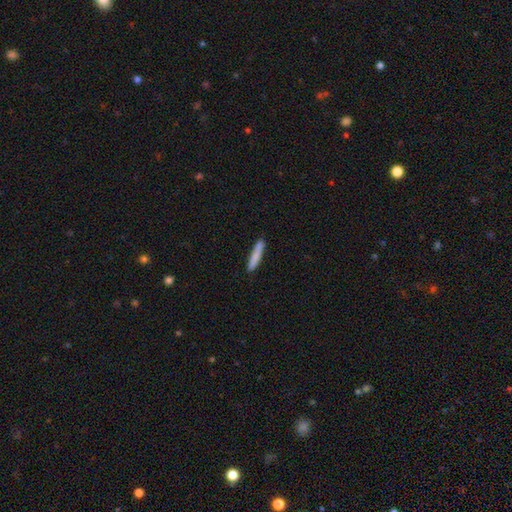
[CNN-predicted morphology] Smooth or featured? smooth (82%)
How rounded? cigar-shaped (93%)
Merging? none (87%)